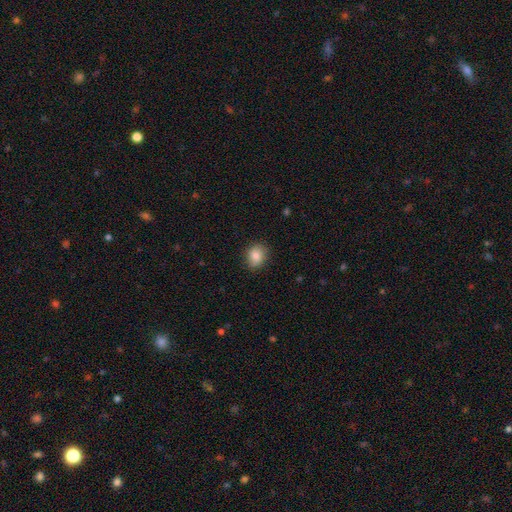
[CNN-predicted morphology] Q: Smooth or featured?
A: smooth (84%); runner-up: star or artifact (9%)
Q: How rounded?
A: round (60%); runner-up: in between (39%)
Q: Merging?
A: none (82%); runner-up: minor disturbance (14%)